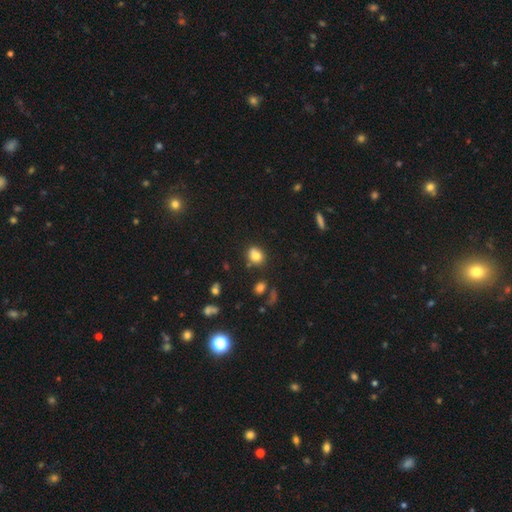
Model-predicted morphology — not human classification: smooth_or_featured: smooth (p=0.78) [alt: star or artifact p=0.12]
how_rounded: round (p=0.54) [alt: in between p=0.44]
merging: none (p=0.69) [alt: minor disturbance p=0.16]